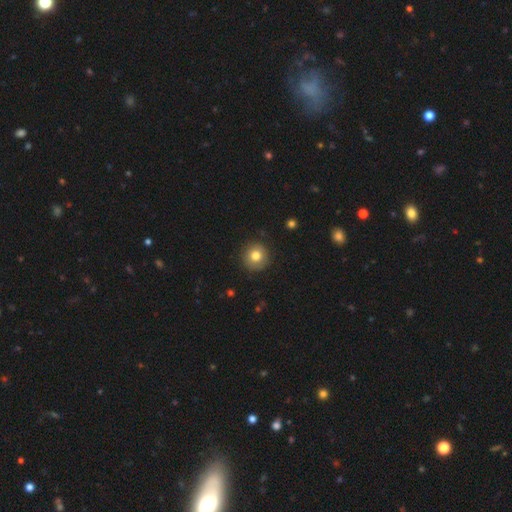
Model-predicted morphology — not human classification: Q: Smooth or featured?
A: smooth (80%); runner-up: featured or disk (11%)
Q: How rounded?
A: round (94%); runner-up: in between (5%)
Q: Merging?
A: none (89%); runner-up: minor disturbance (8%)